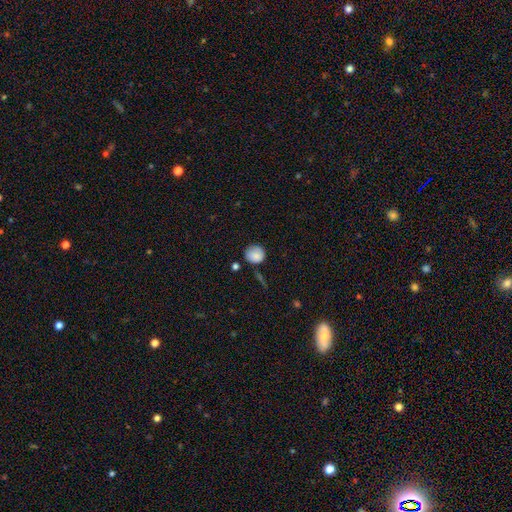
A smooth galaxy with no disk features (71%) that is round (93%). Merging: none (60%).